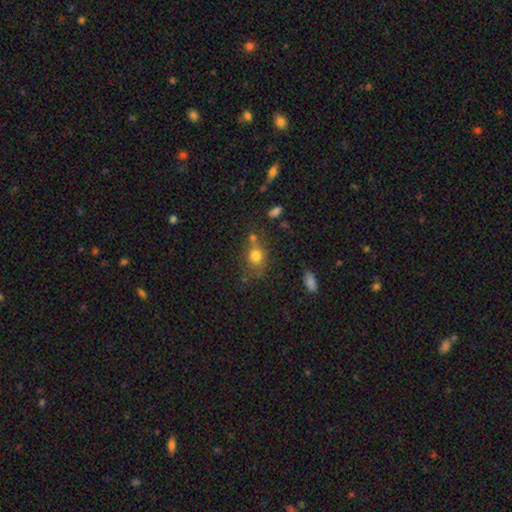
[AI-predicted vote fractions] The model was most divided on "how rounded": round: 58%, in between: 40%, cigar-shaped: 2%. More confident: smooth or featured — smooth (76%); merging — none (56%).